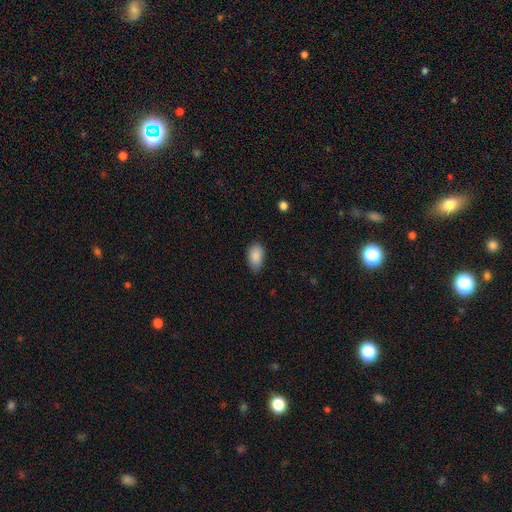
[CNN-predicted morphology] smooth 88%, star or artifact 7%, featured or disk 5%. Down the decision tree: how rounded — in between (91%); merging — none (69%).